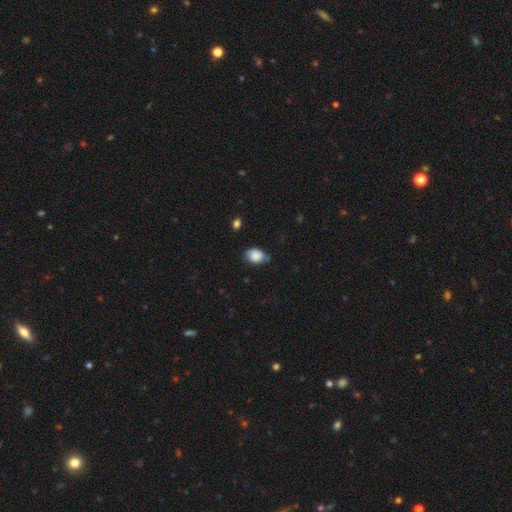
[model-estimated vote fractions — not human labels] This is clearly a smooth galaxy (80%). How rounded: likely in between (72%). Merging: possibly none (56%).